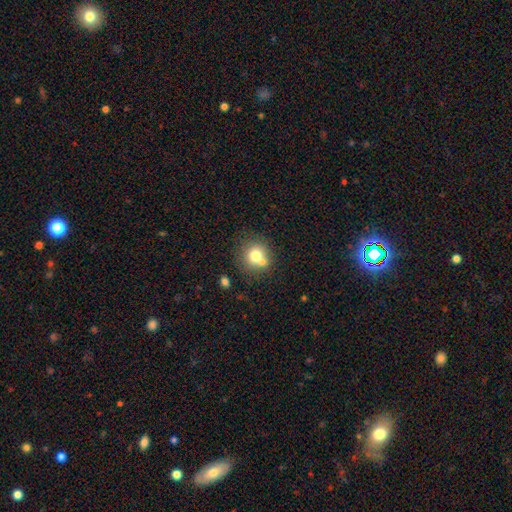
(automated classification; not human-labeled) Morphology: type=smooth (73%); roundness=round (86%); merging=none (57%).